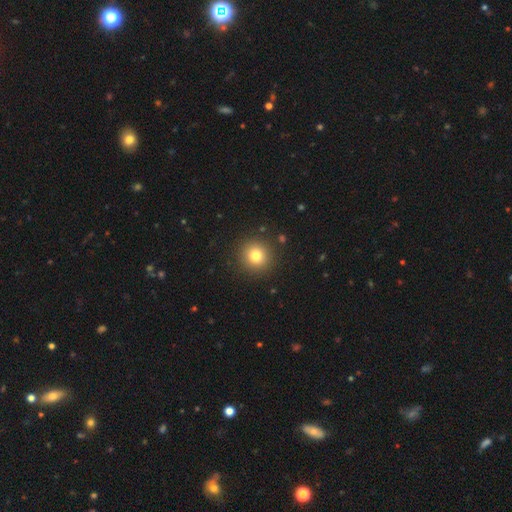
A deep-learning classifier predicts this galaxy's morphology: Overall: smooth (79%). How rounded: round (93%). Merging: none (91%).